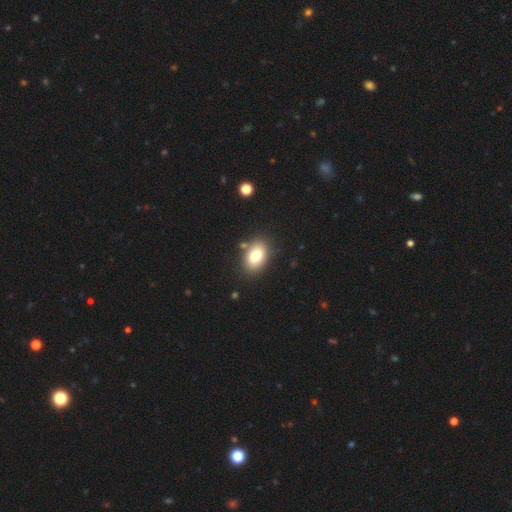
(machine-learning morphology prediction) Smooth or featured? Predicted: smooth (p=0.79). How rounded? Predicted: in between (p=0.84). Merging? Predicted: none (p=0.80).